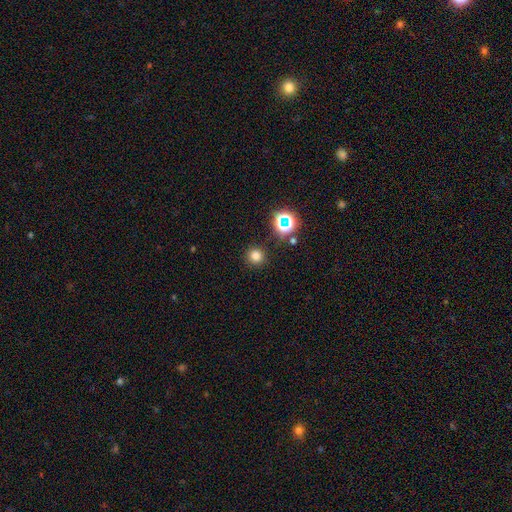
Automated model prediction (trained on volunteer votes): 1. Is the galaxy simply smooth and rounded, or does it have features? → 74% smooth, 20% star or artifact, 5% featured or disk.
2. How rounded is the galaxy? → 94% round, 5% in between, 1% cigar-shaped.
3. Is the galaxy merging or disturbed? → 89% none, 6% minor disturbance, 3% major disturbance, 2% merger.